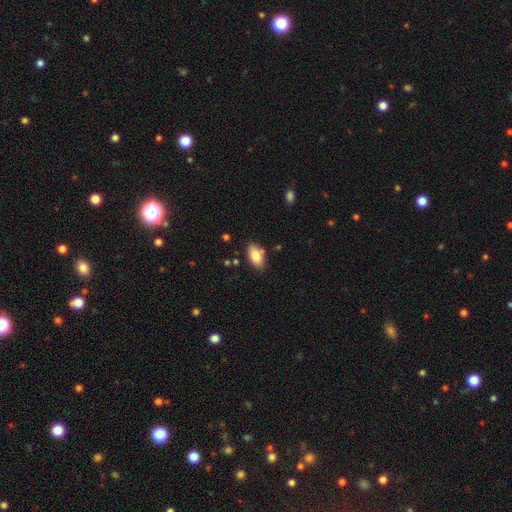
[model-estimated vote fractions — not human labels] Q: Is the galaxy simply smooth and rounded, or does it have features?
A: smooth — 82%.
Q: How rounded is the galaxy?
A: in between — 92%.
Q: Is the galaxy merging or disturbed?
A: none — 80%.